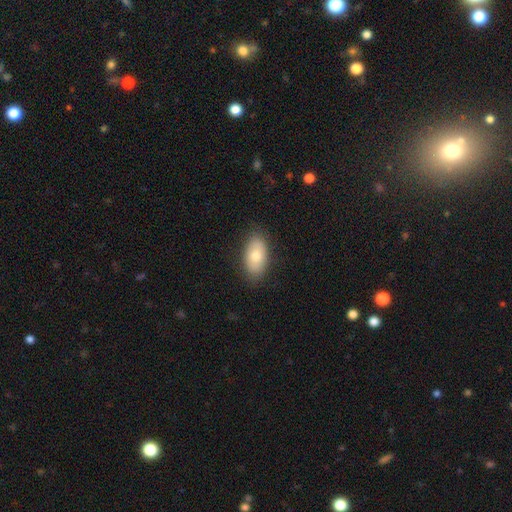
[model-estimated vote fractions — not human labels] The model was most divided on "smooth or featured": smooth: 75%, featured or disk: 19%, star or artifact: 6%. More confident: how rounded — in between (93%); merging — none (84%).